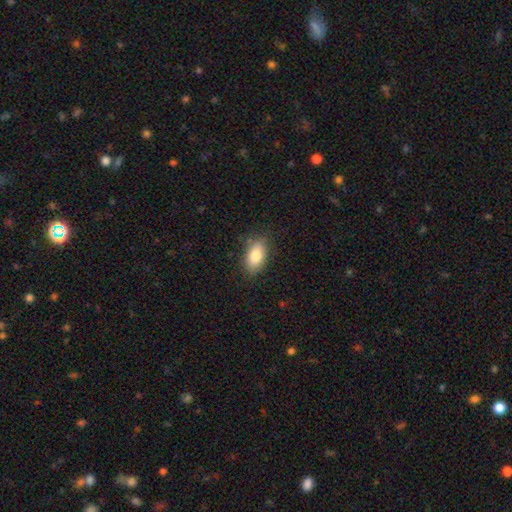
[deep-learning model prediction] Smooth or featured: smooth — 81% (featured or disk — 11%)
How rounded: in between — 91% (round — 6%)
Merging: none — 81% (minor disturbance — 15%)